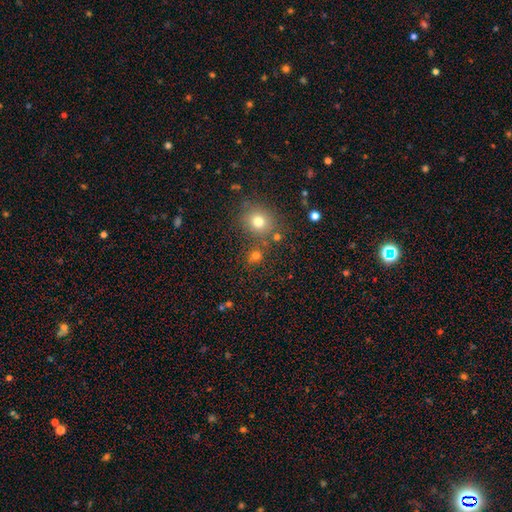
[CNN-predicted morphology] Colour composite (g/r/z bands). It shows a smooth galaxy with no disk features (71%) that is round (75%). Merging: none (72%).